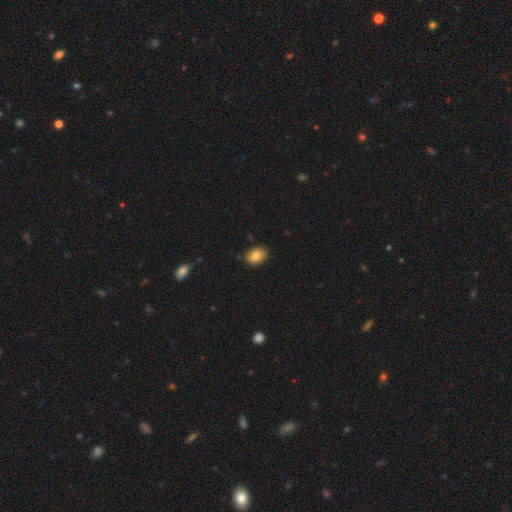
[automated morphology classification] Overall: smooth (83%). How rounded: in between (73%). Merging: none (84%).